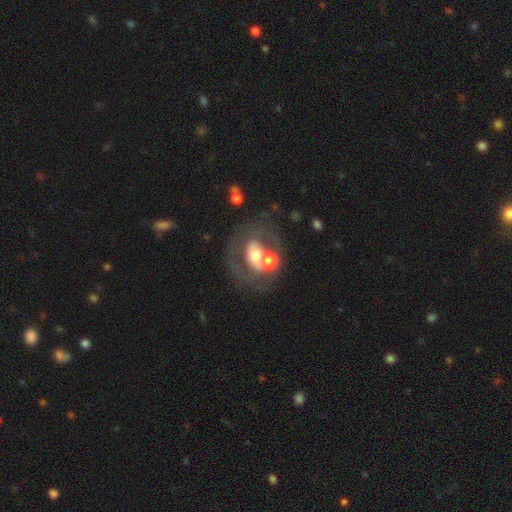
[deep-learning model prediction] featured or disk 65%, smooth 26%, star or artifact 9%. Down the decision tree: edge-on disk — no (96%); bar — no (54%); spiral arms — yes (51%); bulge size — moderate (60%); merging — none (41%).